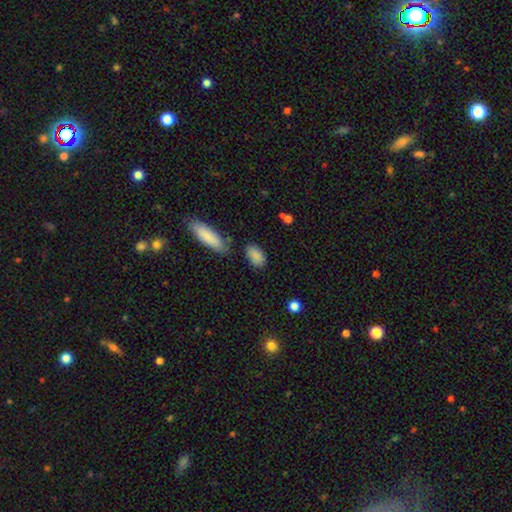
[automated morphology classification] type=smooth (87%); roundness=in between (91%); merging=none (74%).